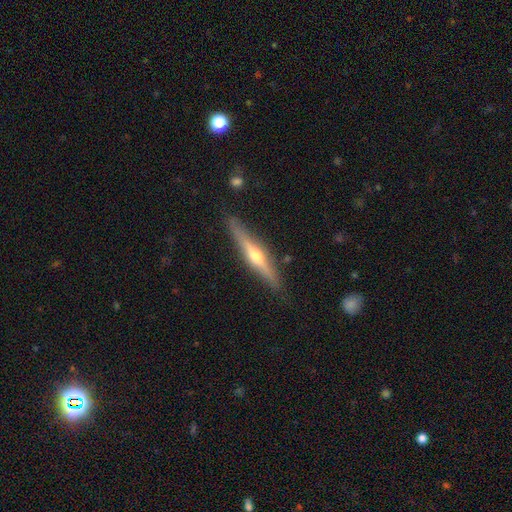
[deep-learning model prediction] Q: Smooth or featured?
A: featured or disk (68%); runner-up: smooth (26%)
Q: Edge-on disk?
A: yes (96%); runner-up: no (4%)
Q: Edge-on bulge?
A: rounded (89%); runner-up: none (8%)
Q: Merging?
A: none (86%); runner-up: minor disturbance (10%)